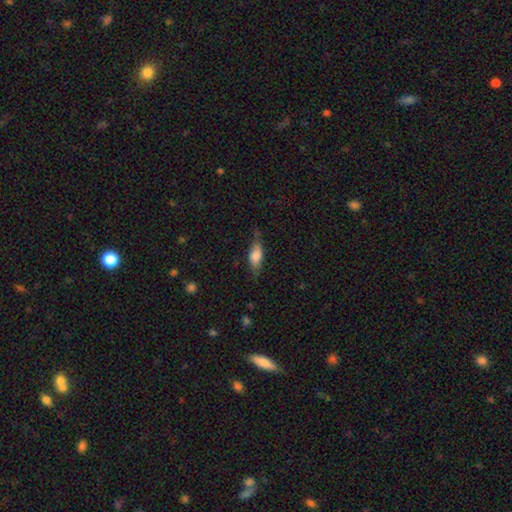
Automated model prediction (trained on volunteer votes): Smooth or featured: smooth — 72% (featured or disk — 20%)
How rounded: in between — 74% (cigar-shaped — 23%)
Merging: none — 61% (minor disturbance — 28%)